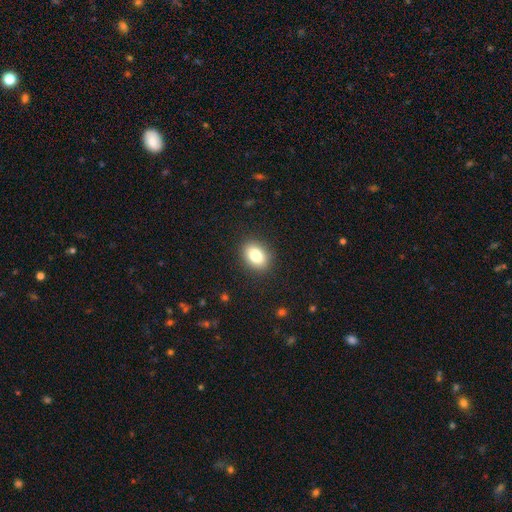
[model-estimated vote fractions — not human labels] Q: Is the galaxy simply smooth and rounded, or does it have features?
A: smooth — 82%.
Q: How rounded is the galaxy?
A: in between — 76%.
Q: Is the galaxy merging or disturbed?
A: none — 89%.